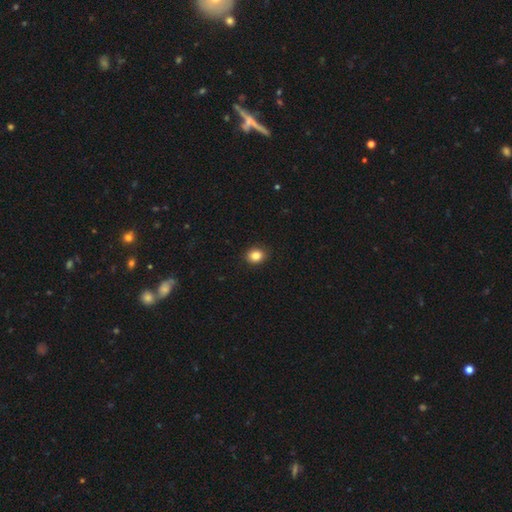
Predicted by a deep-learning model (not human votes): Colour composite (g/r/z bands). It shows a smooth galaxy with no disk features (85%) that is round (62%). Merging: none (91%).